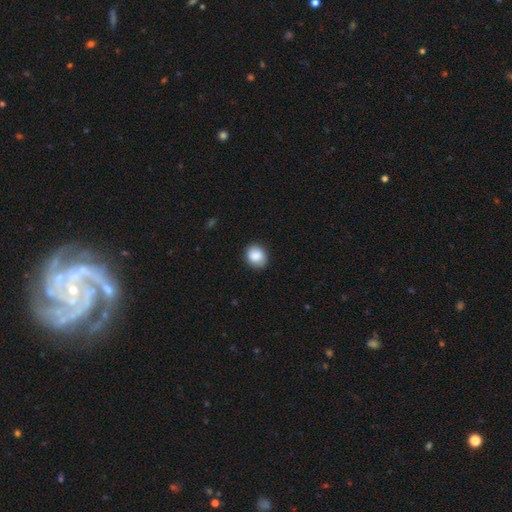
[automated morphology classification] This is clearly a smooth galaxy (87%). How rounded: likely round (72%). Merging: clearly none (85%).